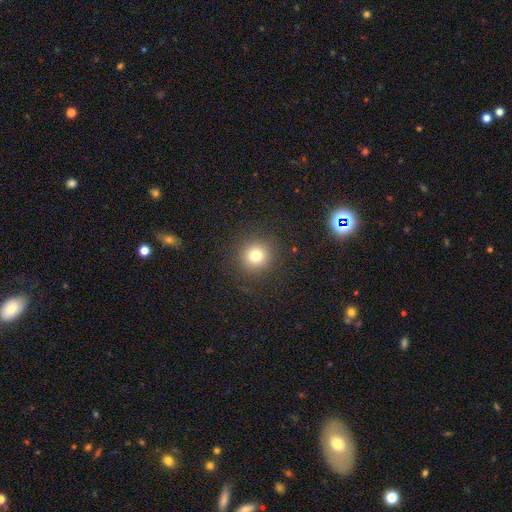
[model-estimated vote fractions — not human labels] Smooth or featured? smooth (78%)
How rounded? round (93%)
Merging? none (90%)